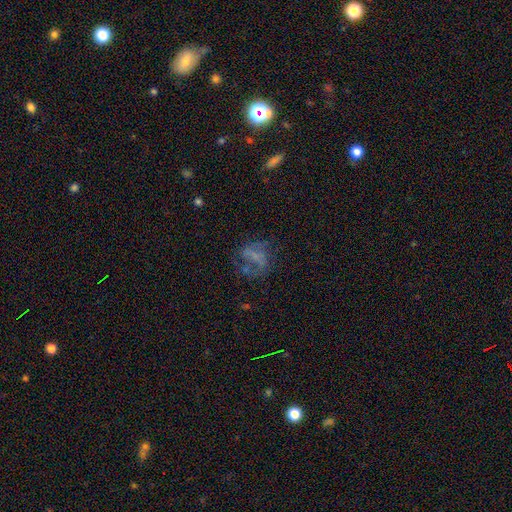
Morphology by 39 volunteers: A featured or disk galaxy (67%) with a weak bar (38%, tied with no), 2 (82%) medium (65%) spiral arms (65%) and no central bulge (62%).

Vote fractions:
- Smooth or featured? featured or disk: 67% / smooth: 23% / star or artifact: 10%
- Edge-on disk? no: 100% / yes: 0%
- Bar? weak: 38% (tied) / no: 38% (tied) / strong: 23%
- Spiral arms? yes: 65% / no: 35%
- Spiral winding? medium: 65% / loose: 29% / tight: 6%
- Spiral arm count? 2: 82% / 1: 12% / can't tell: 6% / 3: 0% / 4: 0% / more than 4: 0%
- Bulge size? none: 62% / small: 27% / large: 8% / moderate: 4% / dominant: 0%
- Merging? none: 46% / major disturbance: 40% / merger: 9% / minor disturbance: 6%